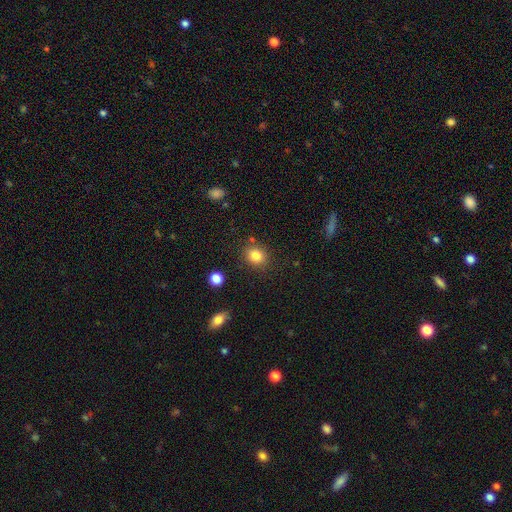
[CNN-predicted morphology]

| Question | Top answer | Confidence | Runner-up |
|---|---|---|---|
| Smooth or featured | smooth | 84% | star or artifact (10%) |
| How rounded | round | 74% | in between (25%) |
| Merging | none | 84% | minor disturbance (9%) |